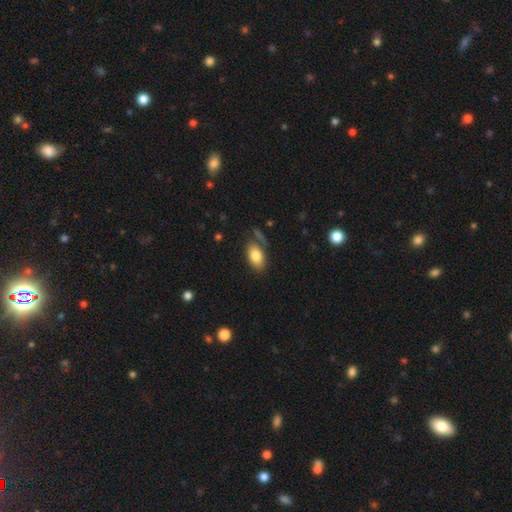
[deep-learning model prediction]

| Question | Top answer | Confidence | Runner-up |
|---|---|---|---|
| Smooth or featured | smooth | 81% | featured or disk (12%) |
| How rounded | in between | 92% | round (5%) |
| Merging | none | 69% | minor disturbance (17%) |